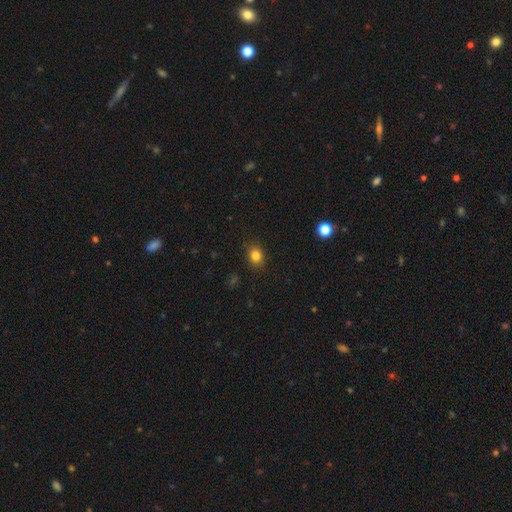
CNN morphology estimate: type=smooth (82%); roundness=in between (52%); merging=none (87%).